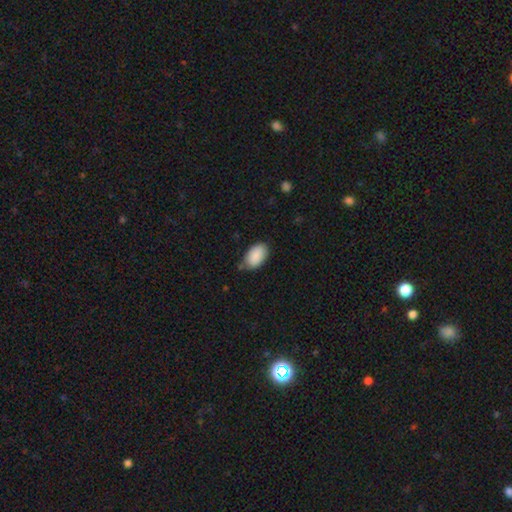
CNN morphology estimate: Smooth or featured? smooth (89%)
How rounded? in between (94%)
Merging? none (69%)